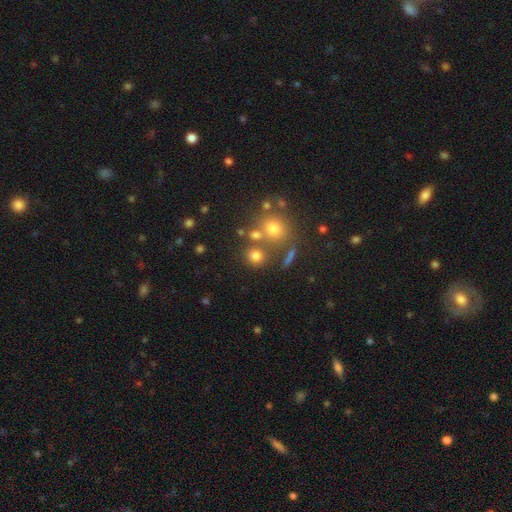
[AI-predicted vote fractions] This is likely a smooth galaxy (74%). How rounded: clearly round (84%). Merging: likely none (68%).